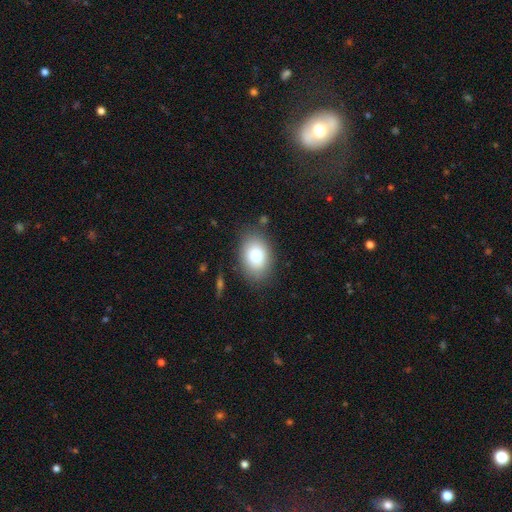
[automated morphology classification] type=smooth (81%); roundness=in between (81%); merging=none (81%).